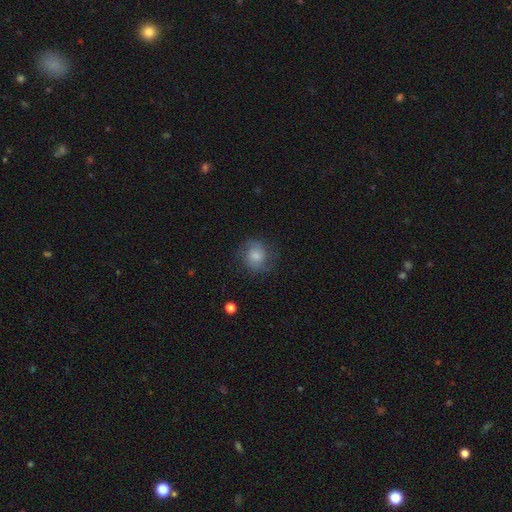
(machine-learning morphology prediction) The model was most divided on "smooth or featured": smooth: 48%, featured or disk: 38%, star or artifact: 13%. More confident: merging — none (77%).